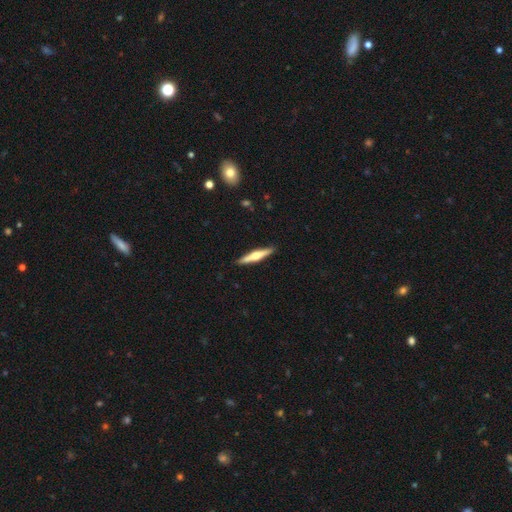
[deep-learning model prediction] Smooth or featured? featured or disk (62%)
Edge-on disk? yes (97%)
Edge-on bulge? rounded (90%)
Merging? none (91%)